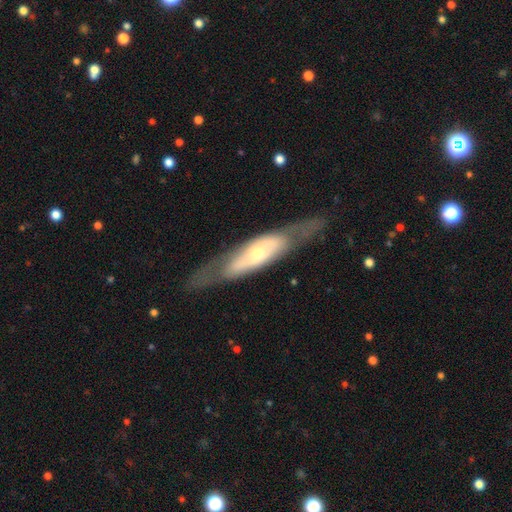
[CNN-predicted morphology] Overall: featured or disk (65%; smooth 29%). Edge-on disk: no (53%; yes 47%). Merging: none (73%).